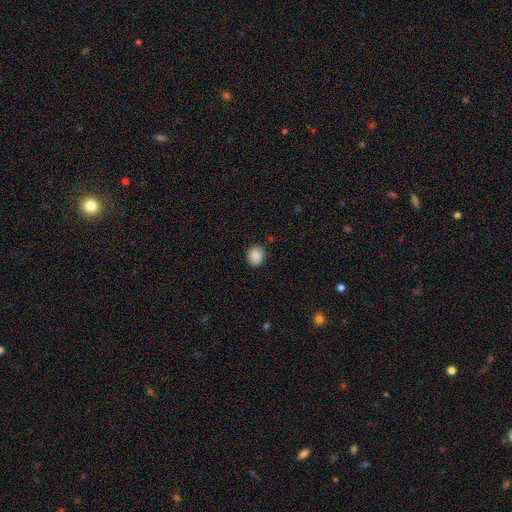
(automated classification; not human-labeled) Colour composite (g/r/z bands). It shows a smooth galaxy with no disk features (86%) that is round (57%). Merging: none (84%).